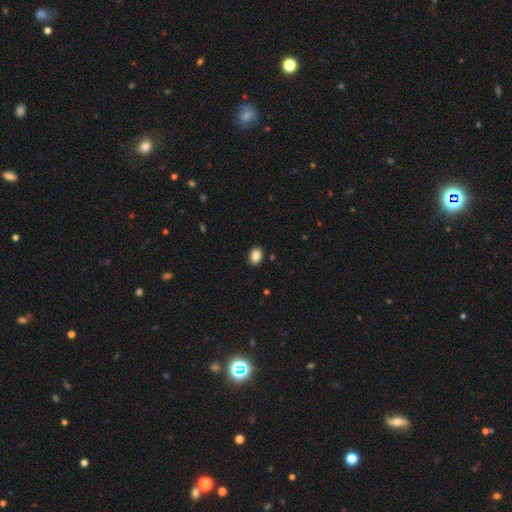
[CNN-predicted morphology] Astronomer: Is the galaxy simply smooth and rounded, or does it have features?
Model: smooth — 87%.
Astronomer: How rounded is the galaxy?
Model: in between — 74%.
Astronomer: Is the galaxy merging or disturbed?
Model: none — 90%.